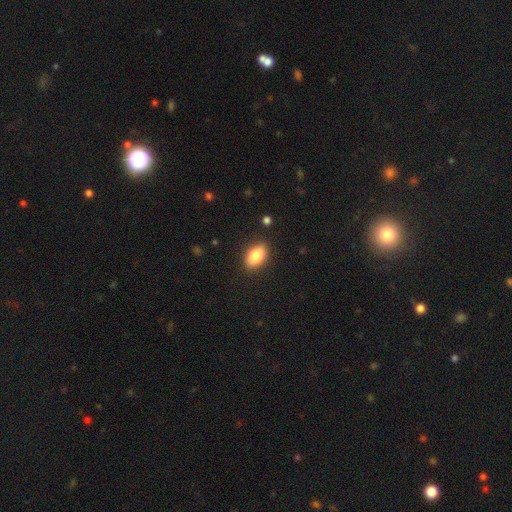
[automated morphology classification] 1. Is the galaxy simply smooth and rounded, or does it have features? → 84% smooth, 9% featured or disk, 7% star or artifact.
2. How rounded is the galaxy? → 89% in between, 8% round, 3% cigar-shaped.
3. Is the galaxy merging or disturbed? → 87% none, 9% minor disturbance, 2% major disturbance, 1% merger.